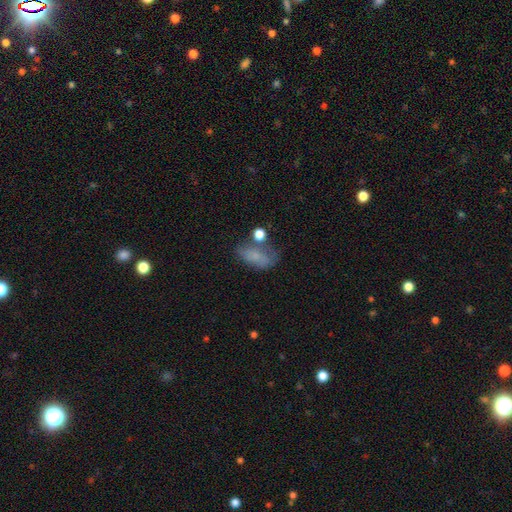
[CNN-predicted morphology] smooth 68%, featured or disk 19%, star or artifact 13%. Down the decision tree: how rounded — in between (83%); merging — none (41%).